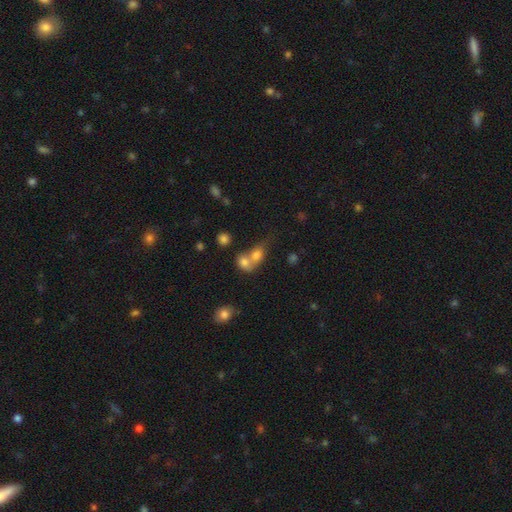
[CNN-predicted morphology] Smooth or featured: smooth — 76% (featured or disk — 13%)
How rounded: in between — 55% (round — 42%)
Merging: merger — 65% (none — 24%)